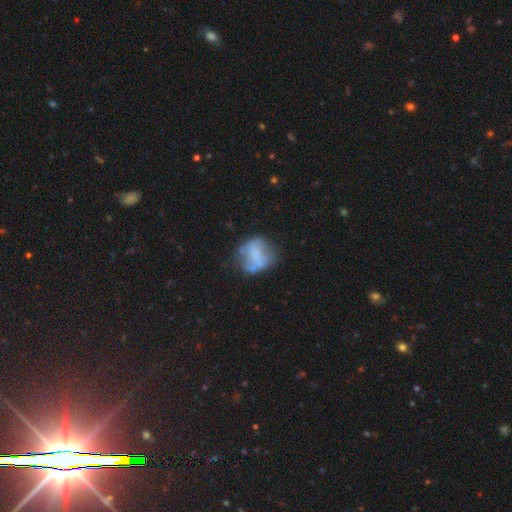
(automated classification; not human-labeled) The model was most divided on "smooth or featured": smooth: 49%, featured or disk: 41%, star or artifact: 10%. Remaining: merging — none (48%).